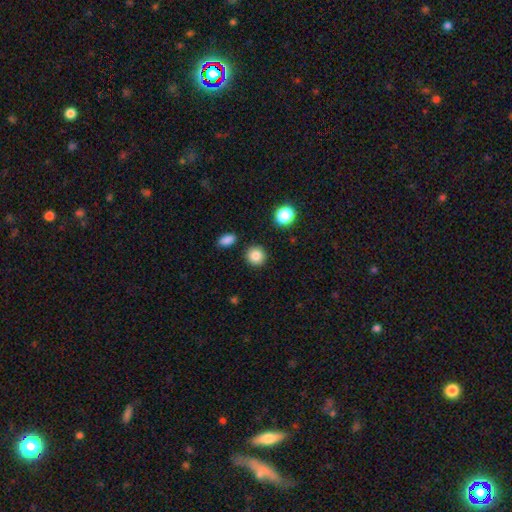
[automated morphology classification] smooth-or-featured: smooth: 86% | star or artifact: 10% | featured or disk: 5%
  how-rounded: round: 90% | in between: 9% | cigar-shaped: 1%
  merging: none: 90% | minor disturbance: 6% | merger: 2% | major disturbance: 2%